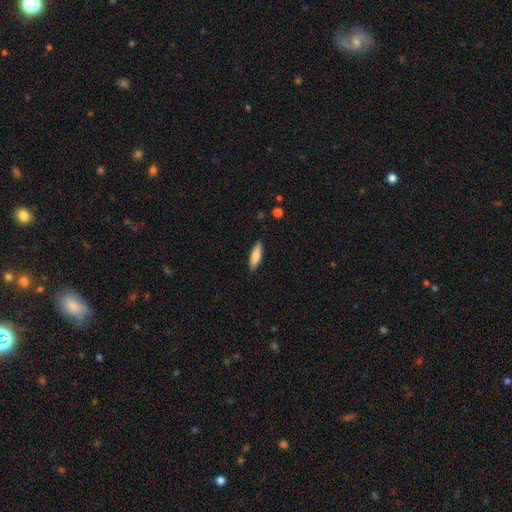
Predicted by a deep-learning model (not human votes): Smooth or featured? smooth (80%)
How rounded? cigar-shaped (55%)
Merging? none (88%)